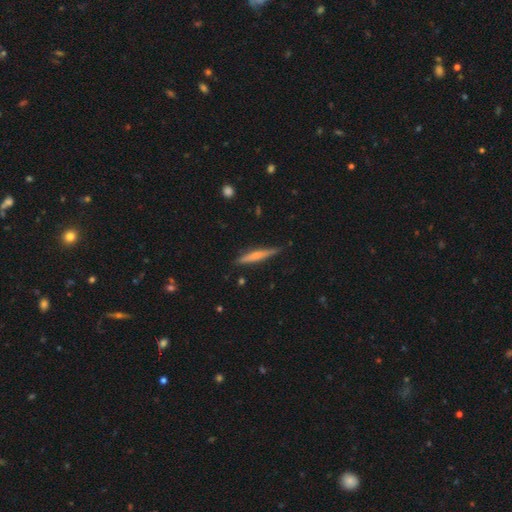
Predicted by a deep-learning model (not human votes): Q: Smooth or featured?
A: smooth (47%); tied with: featured or disk (47%)
Q: Merging?
A: none (84%); runner-up: minor disturbance (12%)